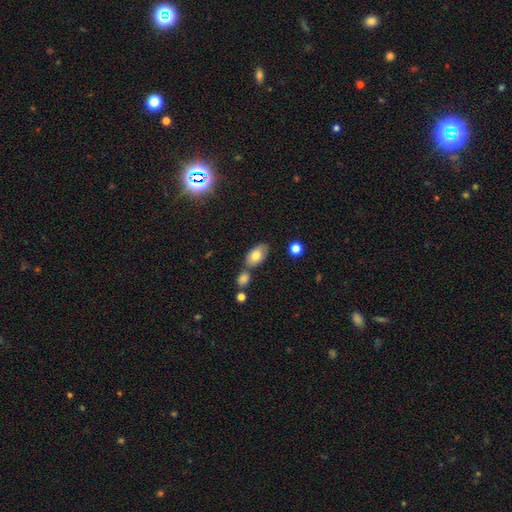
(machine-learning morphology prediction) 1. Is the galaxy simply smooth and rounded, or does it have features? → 78% smooth, 14% featured or disk, 8% star or artifact.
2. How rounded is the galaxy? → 91% in between, 7% round, 2% cigar-shaped.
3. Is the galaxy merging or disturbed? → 63% none, 19% merger, 14% minor disturbance, 4% major disturbance.